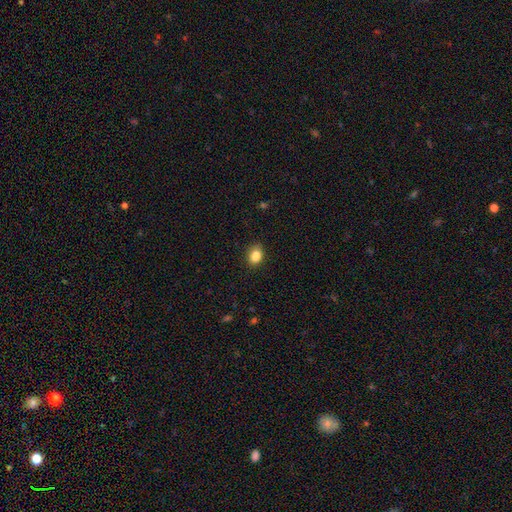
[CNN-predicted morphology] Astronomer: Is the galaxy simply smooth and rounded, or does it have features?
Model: smooth — 86%.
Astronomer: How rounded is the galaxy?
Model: in between — 72%.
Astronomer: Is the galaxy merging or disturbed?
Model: none — 82%.